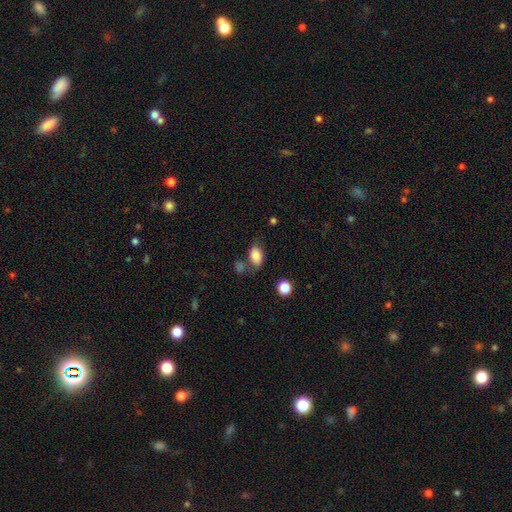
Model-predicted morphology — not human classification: smooth_or_featured: smooth (p=0.84) [alt: star or artifact p=0.09]
how_rounded: in between (p=0.85) [alt: round p=0.14]
merging: none (p=0.56) [alt: minor disturbance p=0.23]